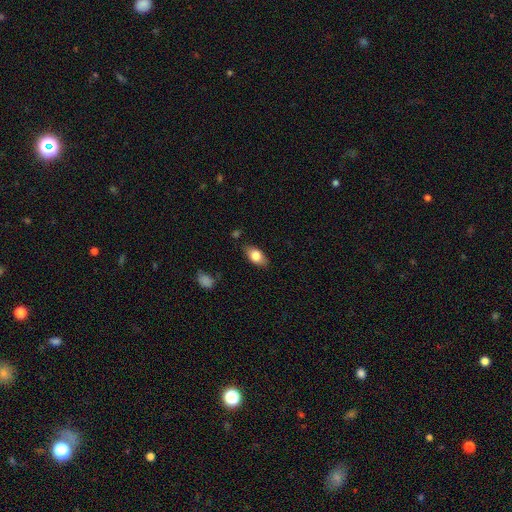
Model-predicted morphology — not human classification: type=smooth (79%); roundness=in between (88%); merging=none (81%).